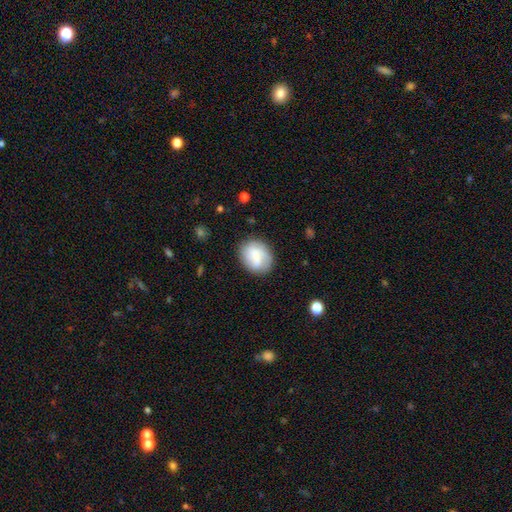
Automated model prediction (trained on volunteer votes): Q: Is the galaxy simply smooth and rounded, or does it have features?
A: smooth — 65%.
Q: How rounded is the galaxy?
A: round — 55%.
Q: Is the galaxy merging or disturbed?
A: none — 75%.